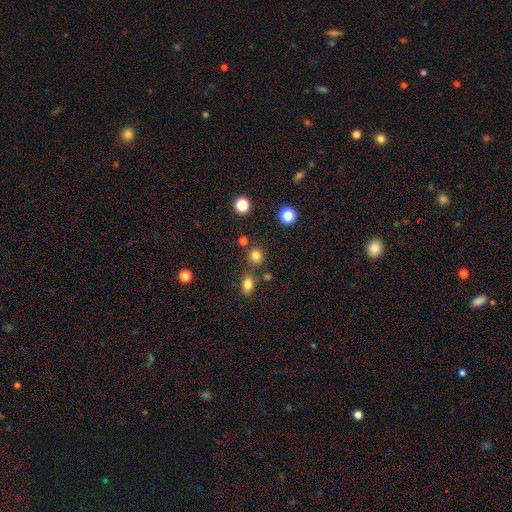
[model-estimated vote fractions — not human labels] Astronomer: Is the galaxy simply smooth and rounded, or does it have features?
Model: smooth — 81%.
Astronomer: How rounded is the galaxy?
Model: round — 86%.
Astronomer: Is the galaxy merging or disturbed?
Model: none — 78%.